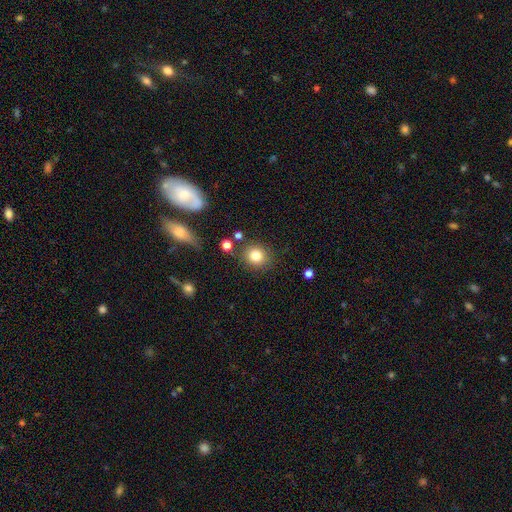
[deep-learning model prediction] The model was most divided on "how rounded": round: 83%, in between: 16%, cigar-shaped: 1%. More confident: smooth or featured — smooth (82%); merging — none (81%).